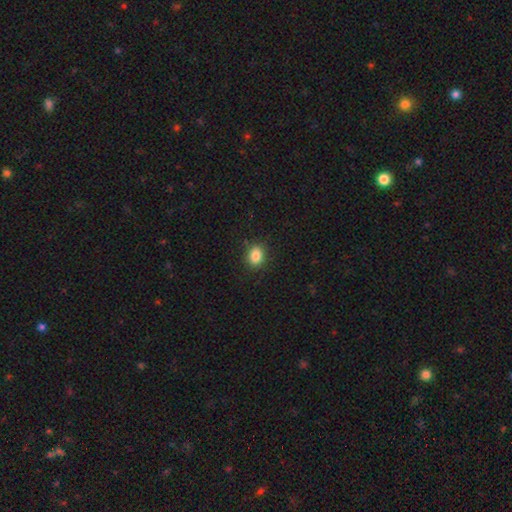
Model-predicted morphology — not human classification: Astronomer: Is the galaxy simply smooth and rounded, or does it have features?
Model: smooth — 85%.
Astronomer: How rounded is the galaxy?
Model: in between — 52% (runner-up: round, 47%).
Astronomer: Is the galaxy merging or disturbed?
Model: none — 88%.